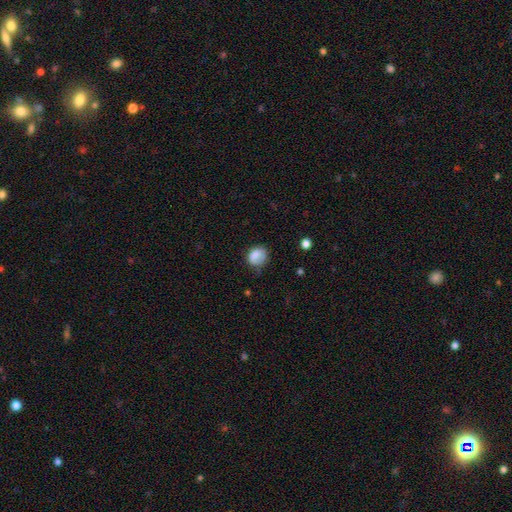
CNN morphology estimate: type=smooth (79%); roundness=round (61%); merging=none (57%).